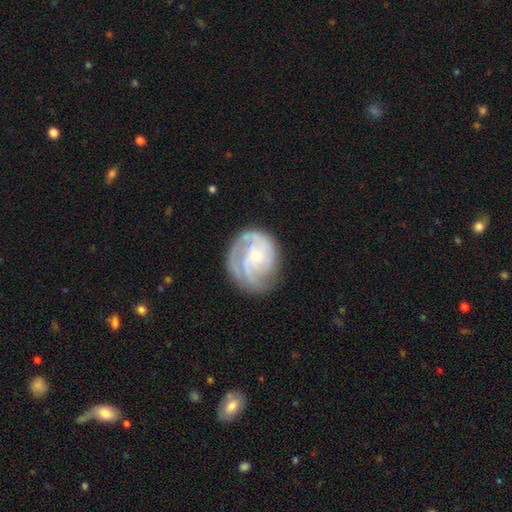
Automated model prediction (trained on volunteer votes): Smooth or featured: featured or disk — 81% (smooth — 13%)
Edge-on disk: no — 98% (yes — 2%)
Bar: no — 66% (weak — 29%)
Spiral arms: yes — 93% (no — 7%)
Spiral winding: tight — 57% (medium — 33%)
Spiral arm count: 2 — 31% (can't tell — 26%)
Bulge size: small — 66% (moderate — 26%)
Merging: none — 66% (minor disturbance — 21%)